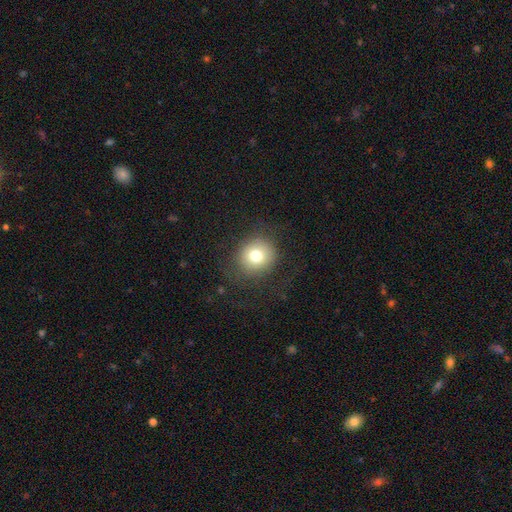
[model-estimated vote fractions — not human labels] smooth-or-featured: smooth: 75% | star or artifact: 12% | featured or disk: 12%
  how-rounded: round: 89% | in between: 10% | cigar-shaped: 1%
  merging: none: 80% | minor disturbance: 11% | major disturbance: 8% | merger: 1%